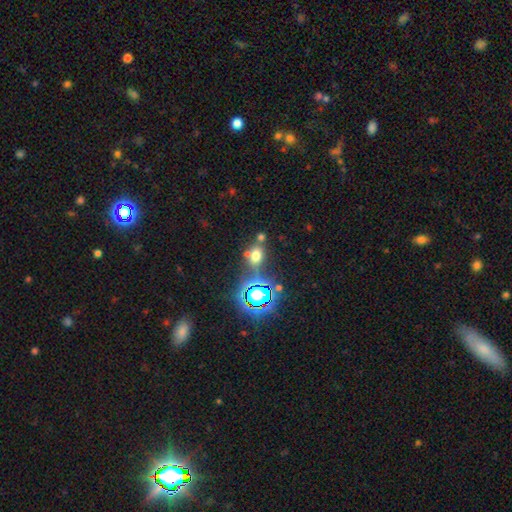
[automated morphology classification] This appears to be a smooth galaxy with no disk features (57%) that is in between round and cigar-shaped (54%). Merging: none (62%).